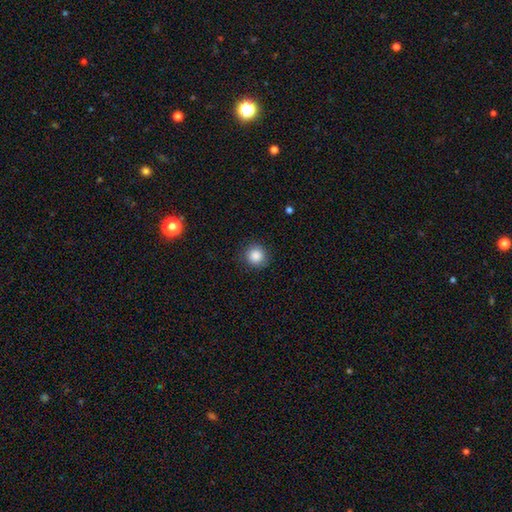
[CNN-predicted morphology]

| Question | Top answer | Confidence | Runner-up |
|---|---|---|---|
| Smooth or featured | smooth | 86% | star or artifact (9%) |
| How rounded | round | 93% | in between (6%) |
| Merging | none | 89% | minor disturbance (8%) |